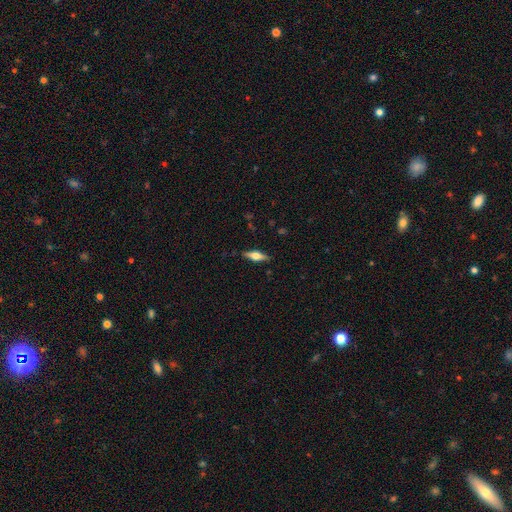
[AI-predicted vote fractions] Morphology: type=featured or disk (56%); edge-on=yes (94%); edge-on bulge=rounded (91%); merging=none (87%).